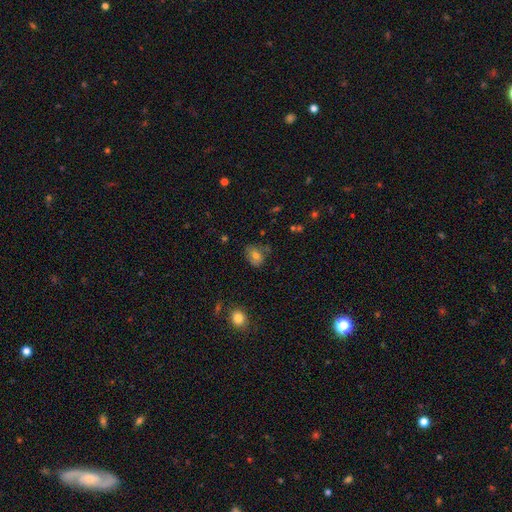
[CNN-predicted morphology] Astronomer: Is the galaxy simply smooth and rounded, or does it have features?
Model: smooth — 72%.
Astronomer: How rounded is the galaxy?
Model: in between — 62% (runner-up: round, 37%).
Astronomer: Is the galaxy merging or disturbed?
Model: none — 64%.